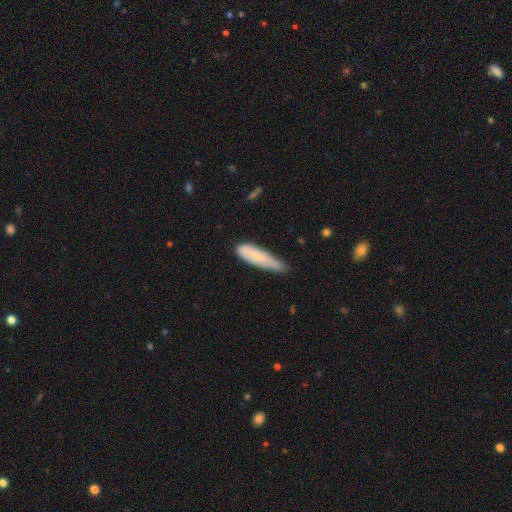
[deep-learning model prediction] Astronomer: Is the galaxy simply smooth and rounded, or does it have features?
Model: smooth — 77%.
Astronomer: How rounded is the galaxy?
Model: cigar-shaped — 70%.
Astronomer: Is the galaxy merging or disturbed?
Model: none — 47% (runner-up: minor disturbance, 41%).